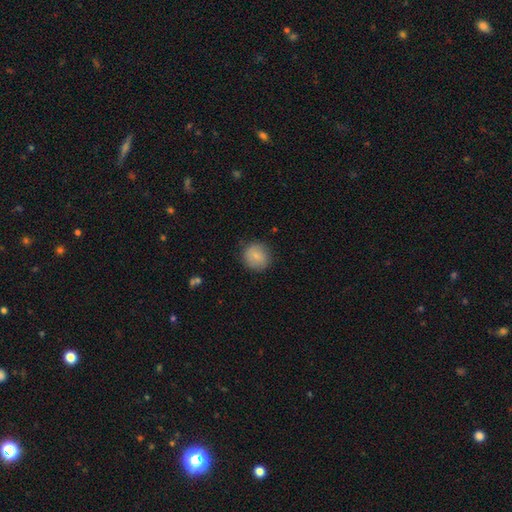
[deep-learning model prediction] Morphology: type=smooth (84%); roundness=round (89%); merging=none (85%).